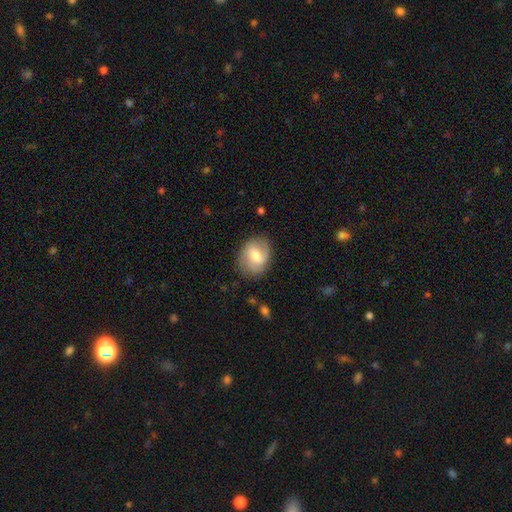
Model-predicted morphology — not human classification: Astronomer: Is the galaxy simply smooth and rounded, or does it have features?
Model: smooth — 49% (runner-up: featured or disk, 44%).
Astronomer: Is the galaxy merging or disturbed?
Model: none — 75%.